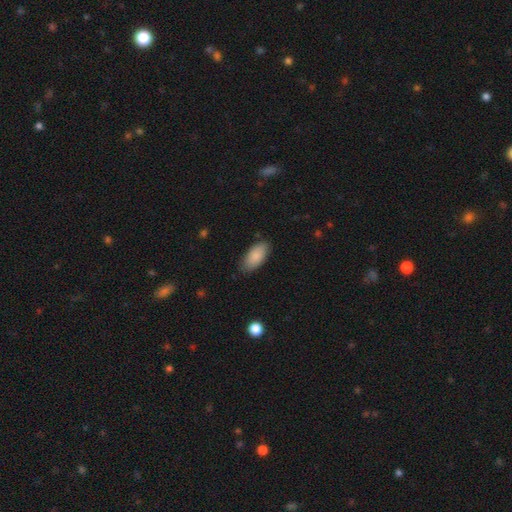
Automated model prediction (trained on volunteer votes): This appears to be a smooth galaxy with no disk features (87%) that is in between round and cigar-shaped (91%). Merging: none (81%).